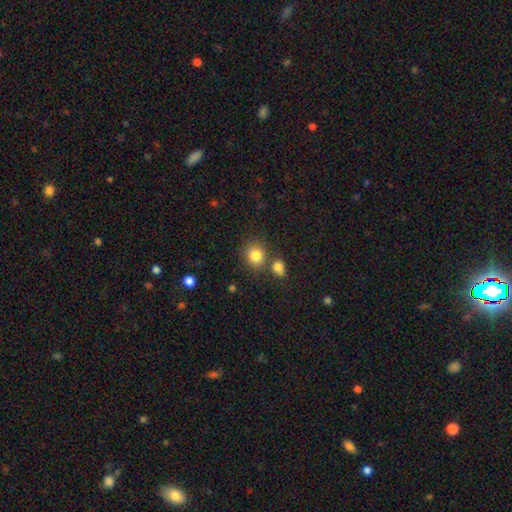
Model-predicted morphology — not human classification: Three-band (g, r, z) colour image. It shows a smooth galaxy with no disk features (83%) that is round (81%). Merging: none (70%).